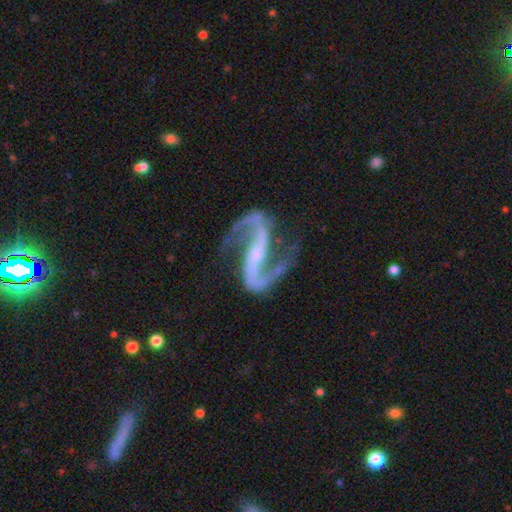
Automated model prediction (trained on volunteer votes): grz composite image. It shows a featured or disk galaxy (93%) with a strong bar (58%), 2 (95%) medium (48%) spiral arms (98%) and a small central bulge (62%). Merging: none (77%).